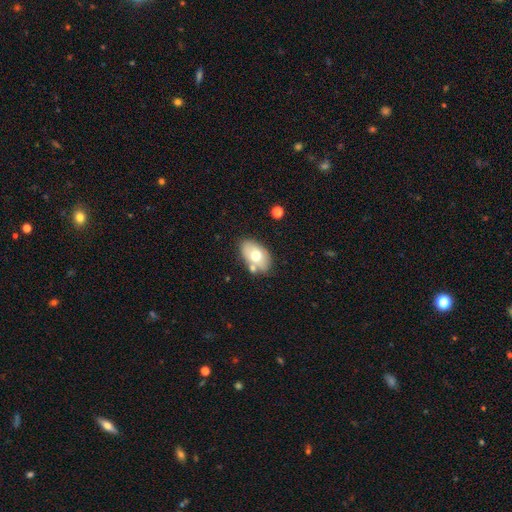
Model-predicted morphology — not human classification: This appears to be a smooth galaxy with no disk features (66%) that is in between round and cigar-shaped (89%). Merging: none (69%).